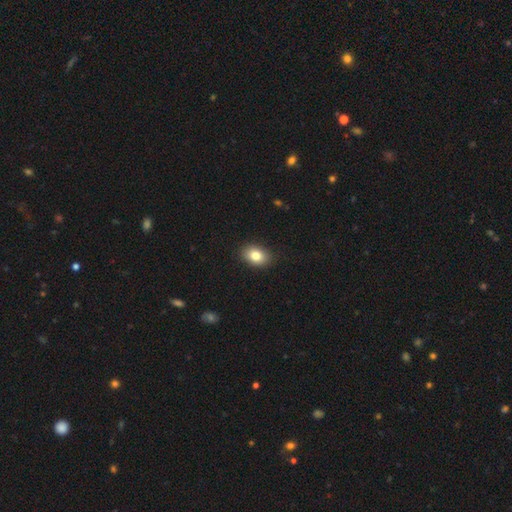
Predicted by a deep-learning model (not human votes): Overall: smooth (83%). How rounded: in between (78%). Merging: none (88%).